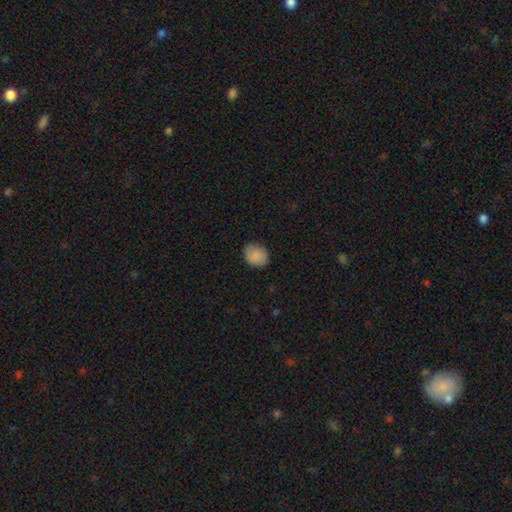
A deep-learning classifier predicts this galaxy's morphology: This appears to be a smooth galaxy with no disk features (86%) that is in between round and cigar-shaped (50%). Merging: none (83%).